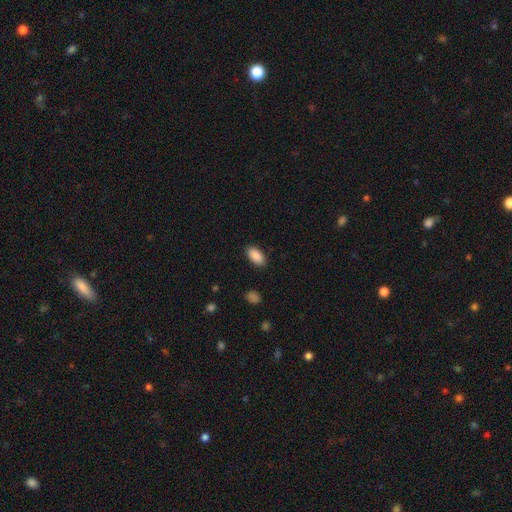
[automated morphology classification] A smooth galaxy with no disk features (90%) that is in between round and cigar-shaped (92%). Merging: none (88%).